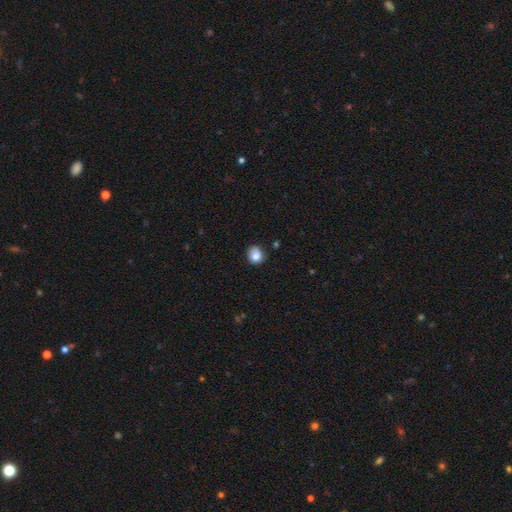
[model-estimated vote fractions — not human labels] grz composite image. It shows a smooth galaxy with no disk features (85%) that is round (79%). Merging: none (77%).